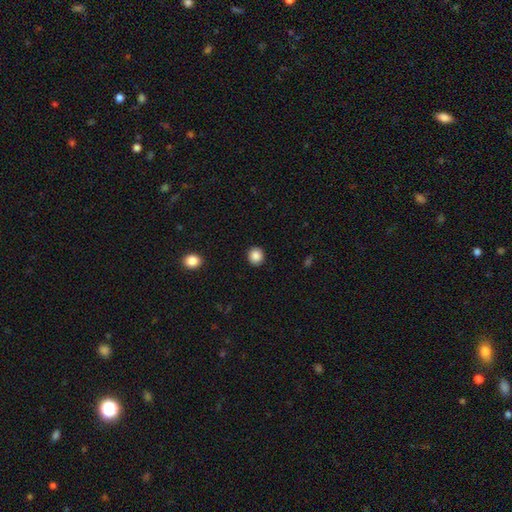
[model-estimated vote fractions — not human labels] A smooth galaxy with no disk features (88%) that is round (87%). Merging: none (91%).